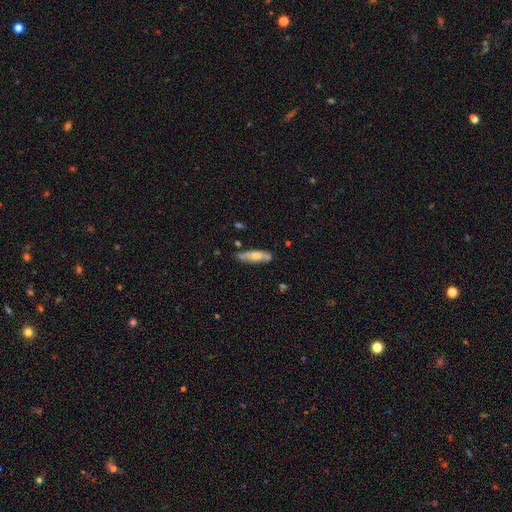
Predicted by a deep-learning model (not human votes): smooth_or_featured: smooth (p=0.54) [alt: featured or disk p=0.39]
how_rounded: cigar-shaped (p=0.52) [alt: in between p=0.46]
merging: none (p=0.78) [alt: minor disturbance p=0.17]